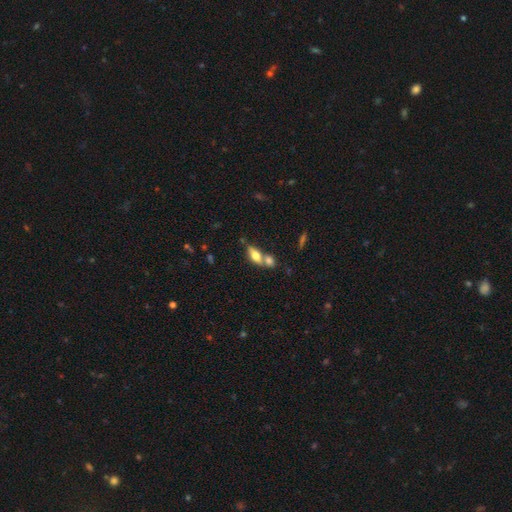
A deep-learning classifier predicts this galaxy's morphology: smooth_or_featured: smooth (p=0.62) [alt: featured or disk p=0.29]
how_rounded: in between (p=0.76) [alt: cigar-shaped p=0.19]
merging: merger (p=0.48) [alt: none p=0.37]